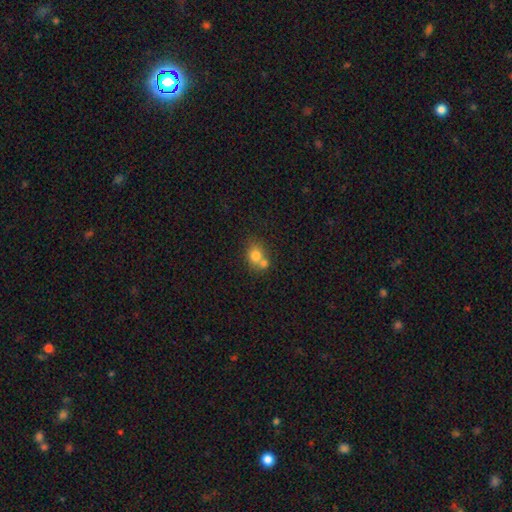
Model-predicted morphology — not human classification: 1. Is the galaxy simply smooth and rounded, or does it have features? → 75% smooth, 15% featured or disk, 11% star or artifact.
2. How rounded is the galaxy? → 65% round, 34% in between, 1% cigar-shaped.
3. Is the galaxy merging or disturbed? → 49% merger, 37% none, 10% minor disturbance, 4% major disturbance.